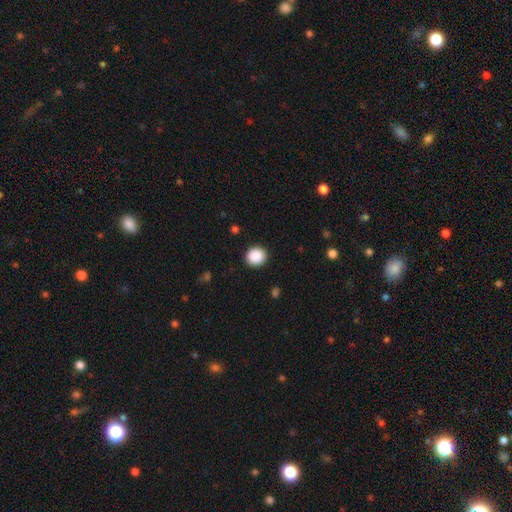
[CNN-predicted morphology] Smooth or featured? smooth (89%)
How rounded? round (89%)
Merging? none (92%)